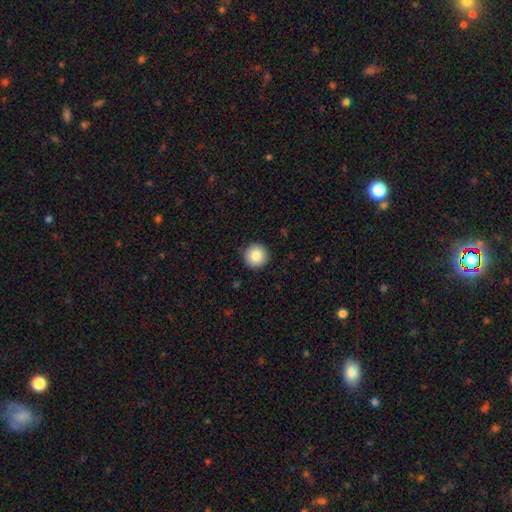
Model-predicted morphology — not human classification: smooth-or-featured: smooth: 85% | star or artifact: 9% | featured or disk: 6%
  how-rounded: round: 96% | in between: 3% | cigar-shaped: 1%
  merging: none: 92% | minor disturbance: 5% | major disturbance: 2% | merger: 1%